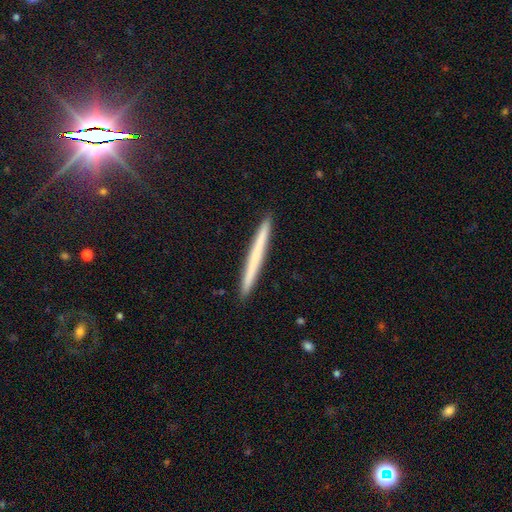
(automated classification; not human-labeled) Smooth or featured?
  - smooth: 56% *
  - featured or disk: 37%
  - star or artifact: 7%
How rounded?
  - cigar-shaped: 97% *
  - in between: 1%
  - round: 1%
Merging?
  - none: 92% *
  - minor disturbance: 5%
  - major disturbance: 1%
  - merger: 1%